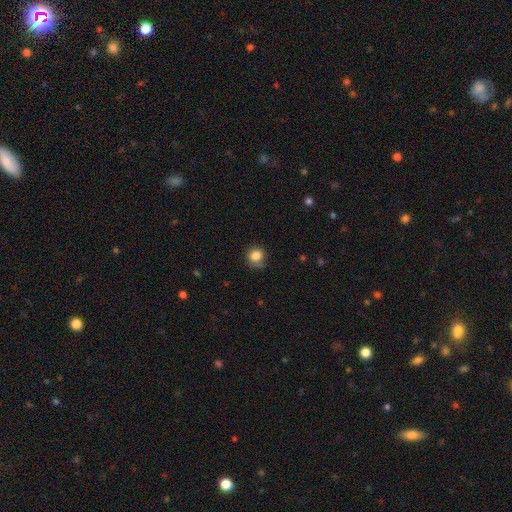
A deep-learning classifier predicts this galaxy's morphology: Smooth or featured?
  - smooth: 83% *
  - star or artifact: 10%
  - featured or disk: 7%
How rounded?
  - round: 84% *
  - in between: 15%
  - cigar-shaped: 1%
Merging?
  - none: 66% *
  - minor disturbance: 24%
  - major disturbance: 8%
  - merger: 2%